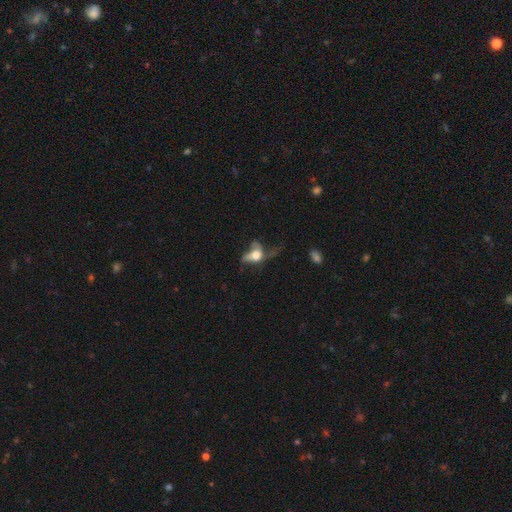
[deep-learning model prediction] smooth_or_featured: featured or disk (p=0.44) [alt: smooth p=0.43]
merging: major disturbance (p=0.50) [alt: none p=0.26]